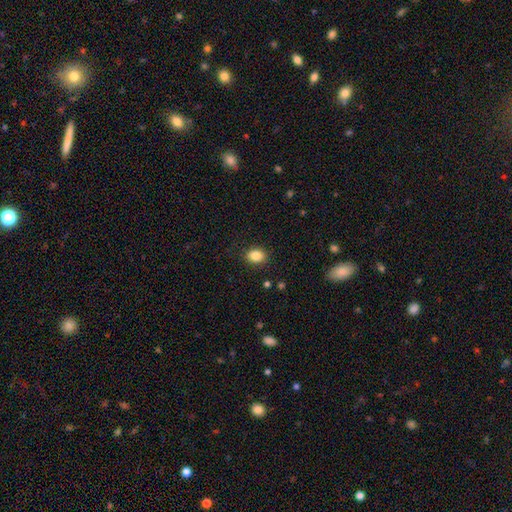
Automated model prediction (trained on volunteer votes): Smooth or featured? Predicted: smooth (p=0.85). How rounded? Predicted: in between (p=0.59). Merging? Predicted: none (p=0.88).